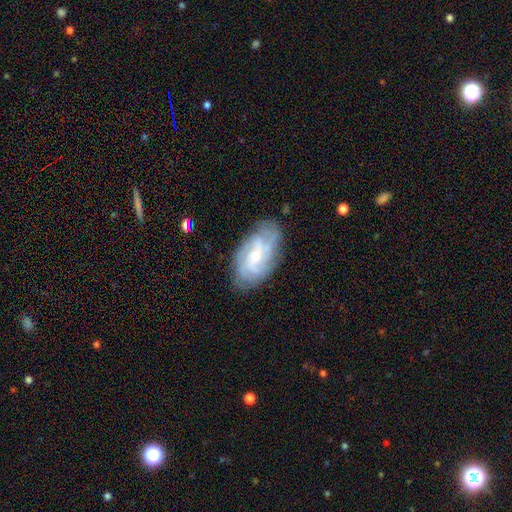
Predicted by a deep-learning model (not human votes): A featured or disk galaxy (78%) with no bar (54%), tight (55%) spiral arms (91%) and a small central bulge (67%). Merging: none (79%).